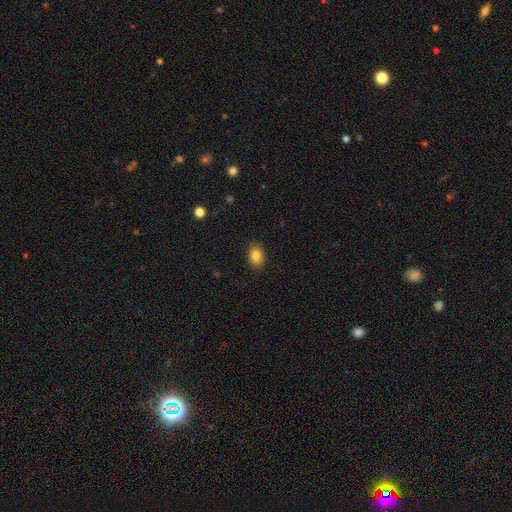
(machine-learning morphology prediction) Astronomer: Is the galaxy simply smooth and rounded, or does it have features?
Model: smooth — 83%.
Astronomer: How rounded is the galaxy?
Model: in between — 81%.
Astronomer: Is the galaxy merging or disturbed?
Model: none — 88%.